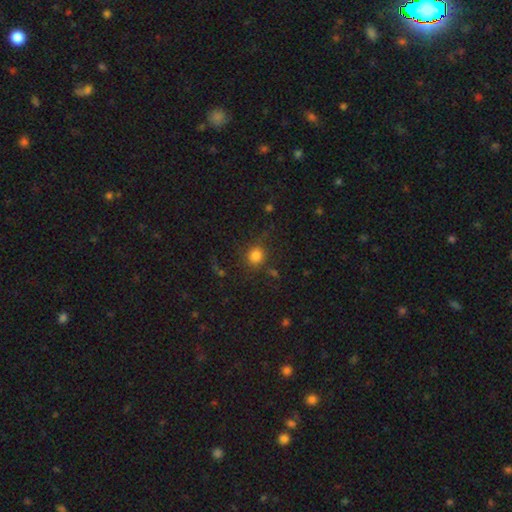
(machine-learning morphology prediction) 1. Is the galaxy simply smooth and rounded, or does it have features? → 80% smooth, 13% star or artifact, 7% featured or disk.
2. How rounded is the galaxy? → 86% round, 13% in between, 1% cigar-shaped.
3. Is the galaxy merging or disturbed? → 75% none, 13% minor disturbance, 8% major disturbance, 4% merger.